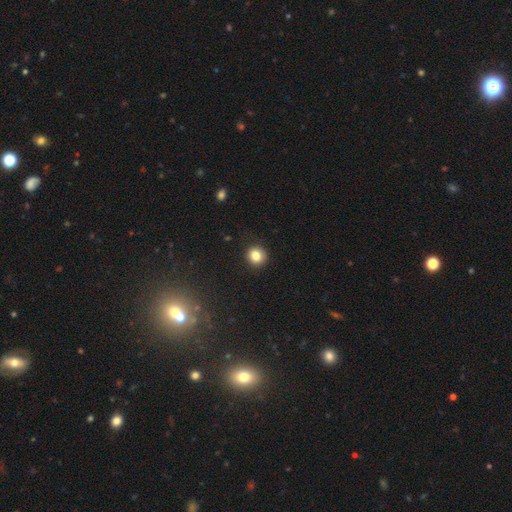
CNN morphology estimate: Overall: smooth (82%). How rounded: round (90%). Merging: none (91%).